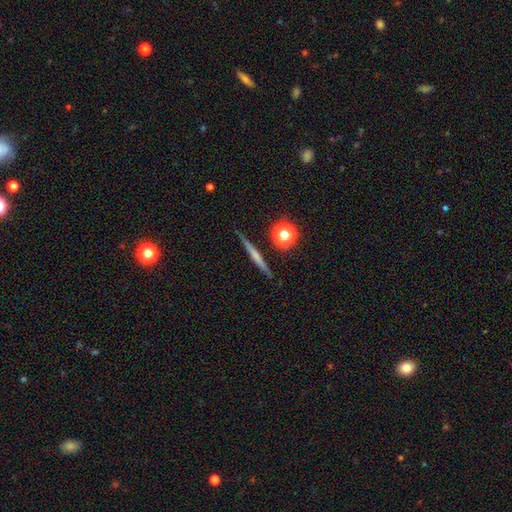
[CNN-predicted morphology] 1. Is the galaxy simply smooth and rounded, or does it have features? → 47% featured or disk, 43% smooth, 10% star or artifact.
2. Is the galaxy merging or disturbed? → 87% none, 9% minor disturbance, 2% major disturbance, 2% merger.